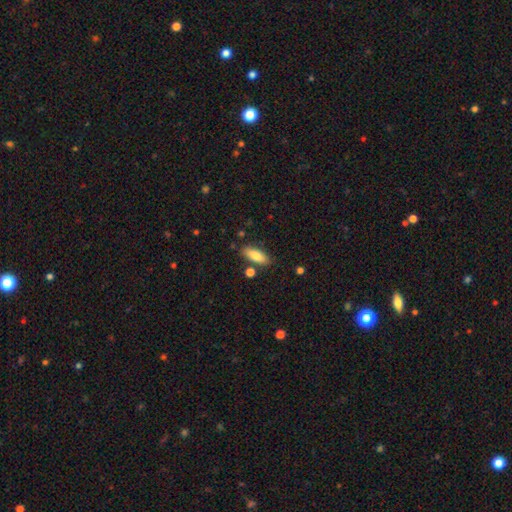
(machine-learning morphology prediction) The model was most divided on "how rounded": in between: 69%, cigar-shaped: 28%, round: 2%. More confident: smooth or featured — smooth (84%); merging — none (81%).